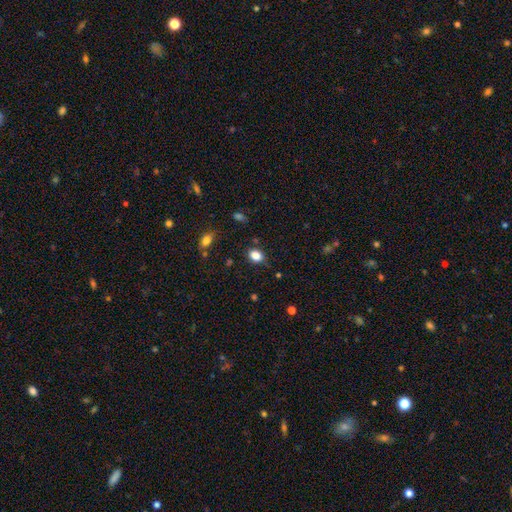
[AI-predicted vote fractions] This is clearly a smooth galaxy (84%). How rounded: likely in between (66%). Merging: likely none (80%).